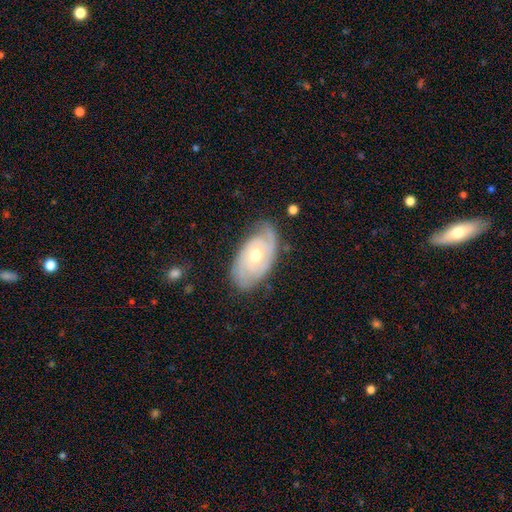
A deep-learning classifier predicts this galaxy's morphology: A featured or disk galaxy (78%) with no bar (77%), 2 (37%) tight (66%) spiral arms (90%) and a moderate central bulge (66%). Merging: none (69%).